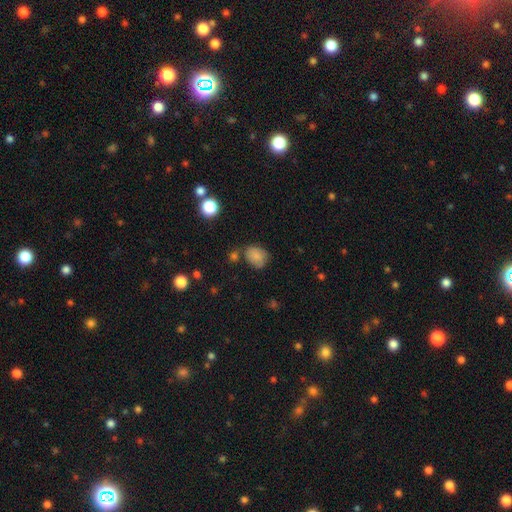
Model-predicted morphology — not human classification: Overall: smooth (81%). How rounded: in between (53%; round 46%). Merging: none (61%; minor disturbance 24%).